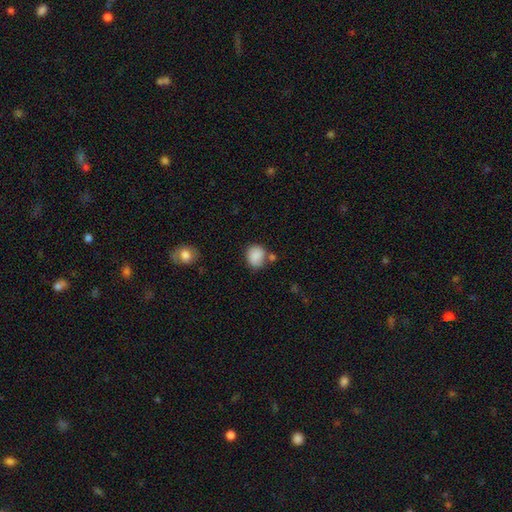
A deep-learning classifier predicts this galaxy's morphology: This appears to be a smooth galaxy with no disk features (86%) that is round (67%). Merging: none (62%).